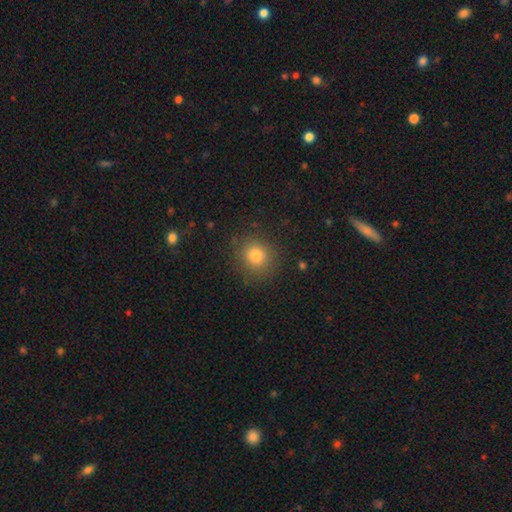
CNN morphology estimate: A smooth galaxy with no disk features (79%) that is round (87%). Merging: none (87%).